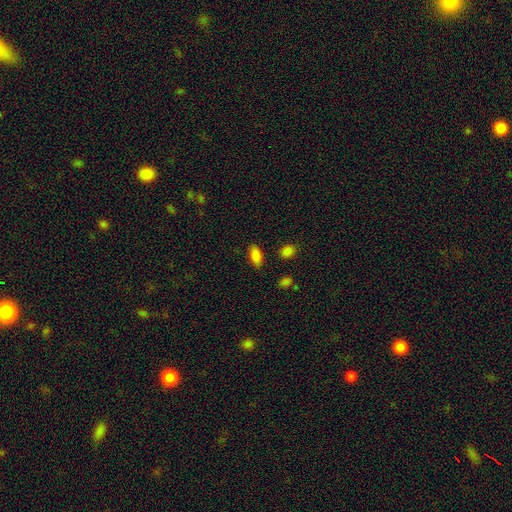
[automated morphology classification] smooth 85%, star or artifact 9%, featured or disk 7%. Down the decision tree: how rounded — in between (90%); merging — none (85%).